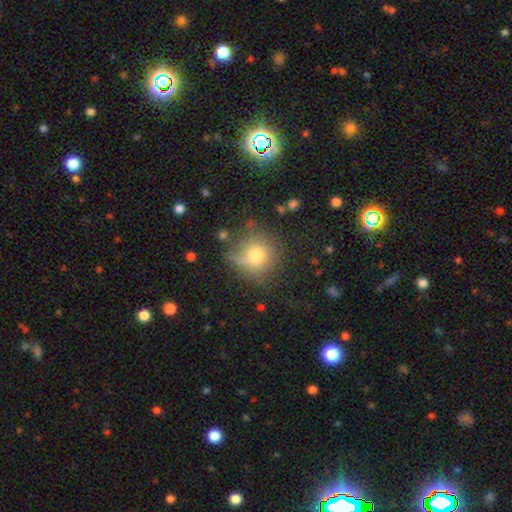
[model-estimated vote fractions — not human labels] A smooth galaxy with no disk features (70%) that is round (90%).

Vote fractions:
- Smooth or featured? smooth: 70% / featured or disk: 16% / star or artifact: 13%
- How rounded? round: 90% / in between: 9% / cigar-shaped: 1%
- Merging? none: 63% / minor disturbance: 20% / major disturbance: 11% / merger: 6%